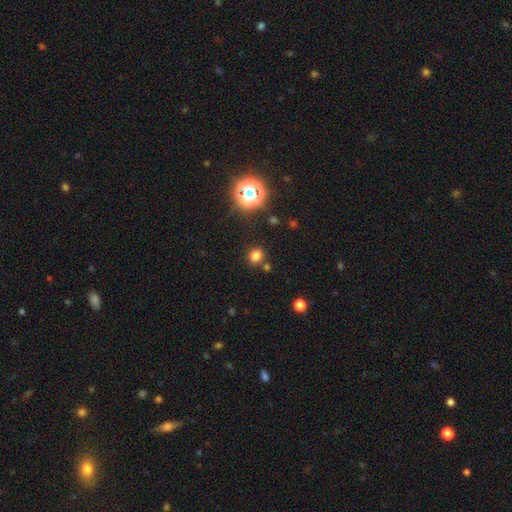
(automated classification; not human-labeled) The model was most divided on "how rounded": round: 75%, in between: 24%, cigar-shaped: 1%. More confident: merging — none (80%); smooth or featured — smooth (75%).